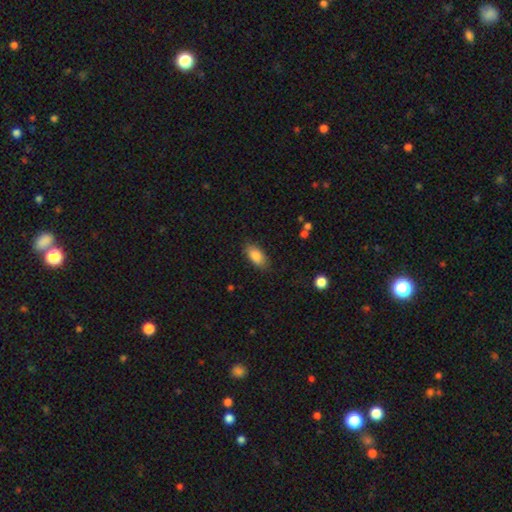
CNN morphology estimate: Q: Smooth or featured?
A: smooth (85%); runner-up: featured or disk (8%)
Q: How rounded?
A: in between (90%); runner-up: cigar-shaped (7%)
Q: Merging?
A: none (83%); runner-up: minor disturbance (13%)